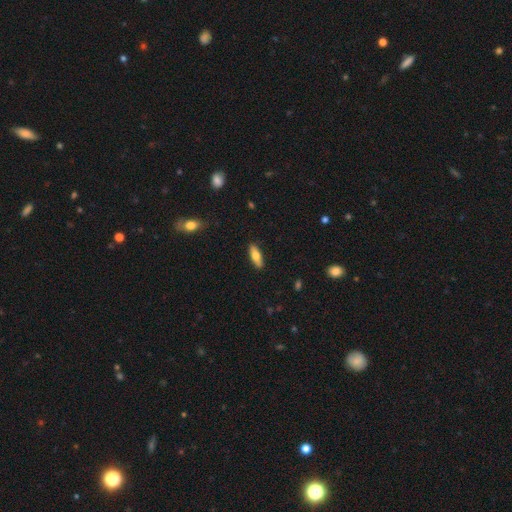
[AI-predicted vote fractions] Smooth or featured?
  - smooth: 64% *
  - featured or disk: 30%
  - star or artifact: 6%
How rounded?
  - in between: 54% *
  - cigar-shaped: 43%
  - round: 3%
Merging?
  - none: 88% *
  - minor disturbance: 9%
  - major disturbance: 2%
  - merger: 1%